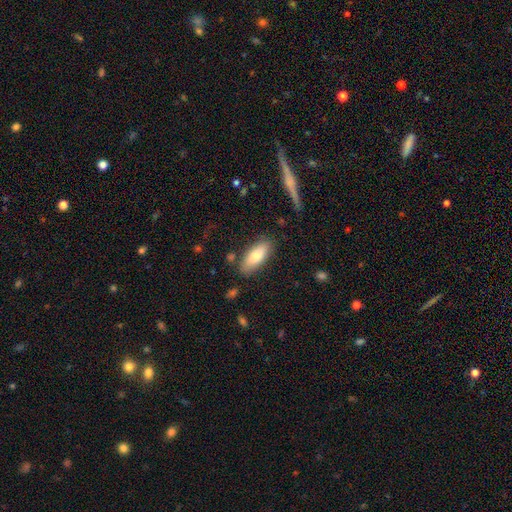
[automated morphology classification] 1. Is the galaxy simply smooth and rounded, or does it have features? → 74% smooth, 20% featured or disk, 6% star or artifact.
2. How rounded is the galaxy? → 77% in between, 21% cigar-shaped, 2% round.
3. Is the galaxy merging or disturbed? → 82% none, 12% minor disturbance, 3% merger, 3% major disturbance.